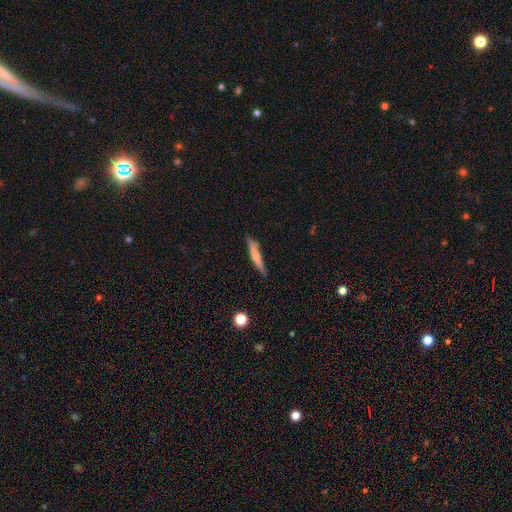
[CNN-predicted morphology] This appears to be a smooth galaxy with no disk features (63%) that is cigar-shaped (93%). Merging: none (83%).